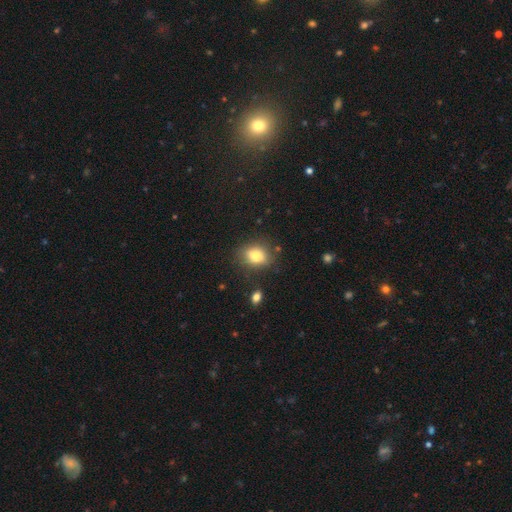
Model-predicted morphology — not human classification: Overall: smooth (81%). How rounded: in between (61%; round 38%). Merging: none (80%).